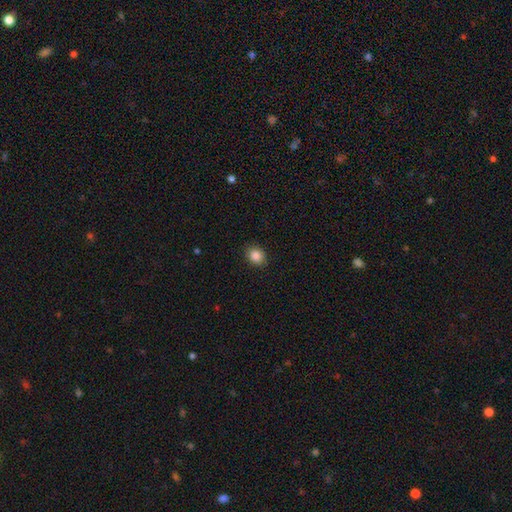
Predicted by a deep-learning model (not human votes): Smooth or featured? smooth (87%)
How rounded? round (63%)
Merging? none (90%)